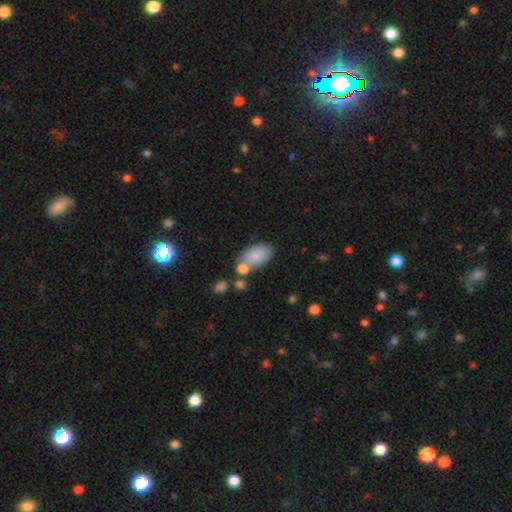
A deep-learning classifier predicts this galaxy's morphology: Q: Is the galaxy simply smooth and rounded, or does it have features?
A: smooth — 83%.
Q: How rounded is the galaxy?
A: in between — 92%.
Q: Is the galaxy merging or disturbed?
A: none — 54%.